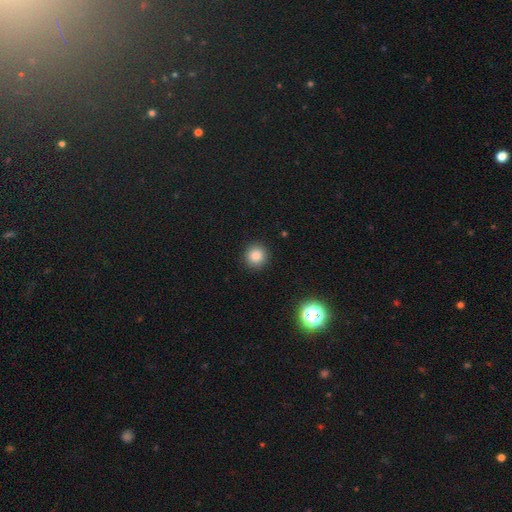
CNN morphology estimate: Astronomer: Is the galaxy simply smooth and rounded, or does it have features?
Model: smooth — 84%.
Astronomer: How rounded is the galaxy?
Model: round — 93%.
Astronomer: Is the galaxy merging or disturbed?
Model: none — 92%.